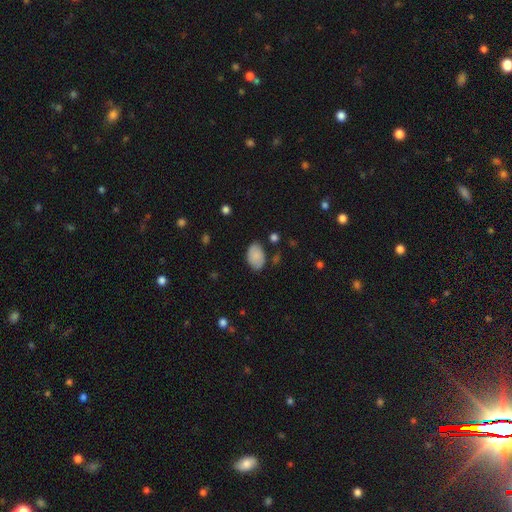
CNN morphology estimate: This appears to be a smooth galaxy with no disk features (84%) that is in between round and cigar-shaped (90%). Merging: none (77%).